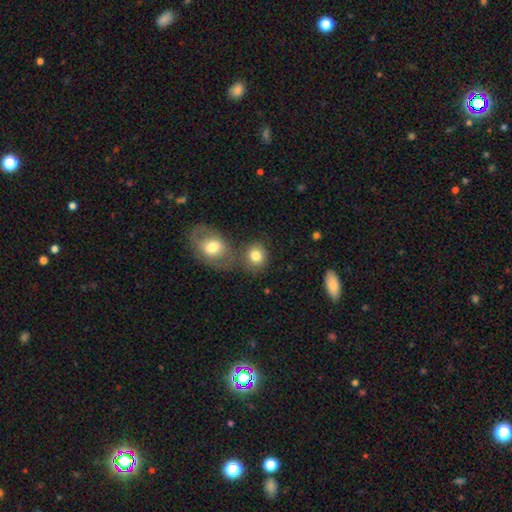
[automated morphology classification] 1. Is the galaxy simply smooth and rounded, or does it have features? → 81% smooth, 11% featured or disk, 9% star or artifact.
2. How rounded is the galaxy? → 73% round, 26% in between, 1% cigar-shaped.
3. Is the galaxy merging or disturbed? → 57% none, 28% merger, 11% minor disturbance, 4% major disturbance.